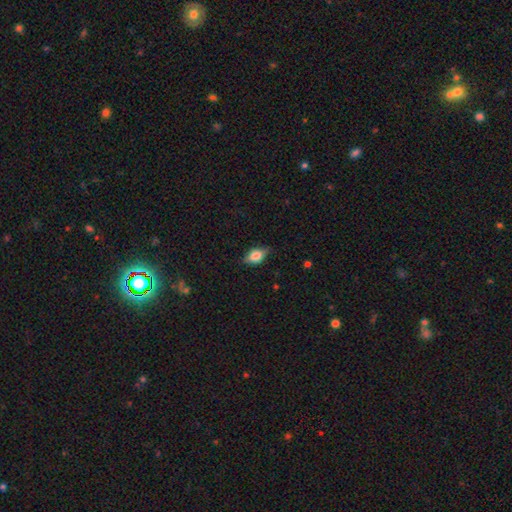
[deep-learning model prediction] smooth_or_featured: smooth (p=0.65) [alt: featured or disk p=0.26]
how_rounded: in between (p=0.80) [alt: round p=0.12]
merging: none (p=0.77) [alt: minor disturbance p=0.18]